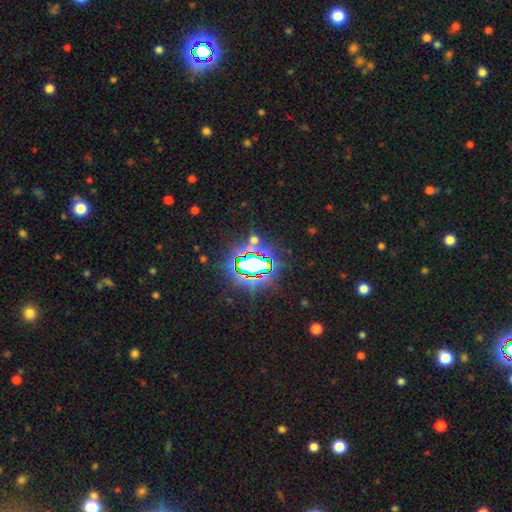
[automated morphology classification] Smooth or featured? star or artifact (75%)